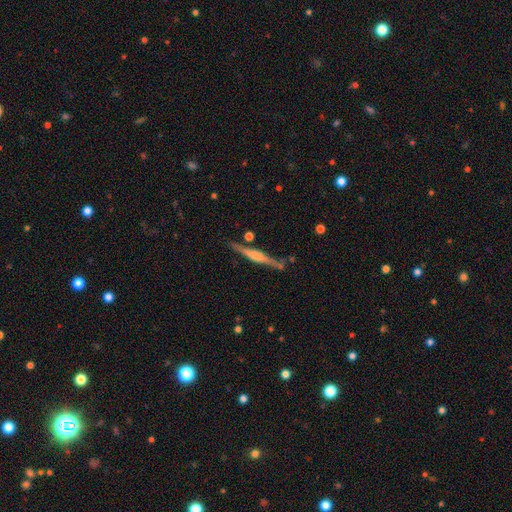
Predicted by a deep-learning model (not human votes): This appears to be a featured or disk galaxy (72%) viewed edge-on (97%) with a rounded central bulge (60%). Merging: none (82%).